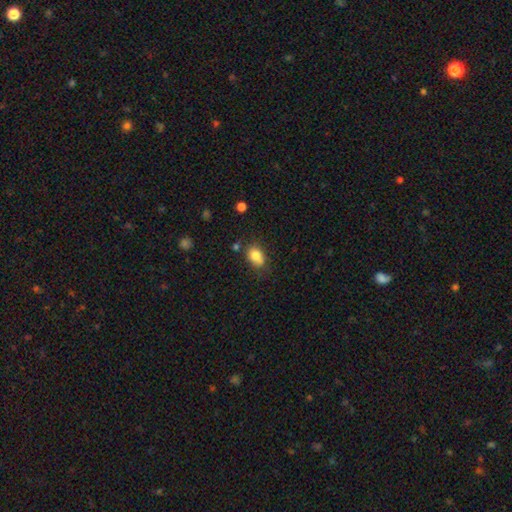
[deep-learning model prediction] This is clearly a smooth galaxy (81%). How rounded: likely in between (75%). Merging: likely none (65%).